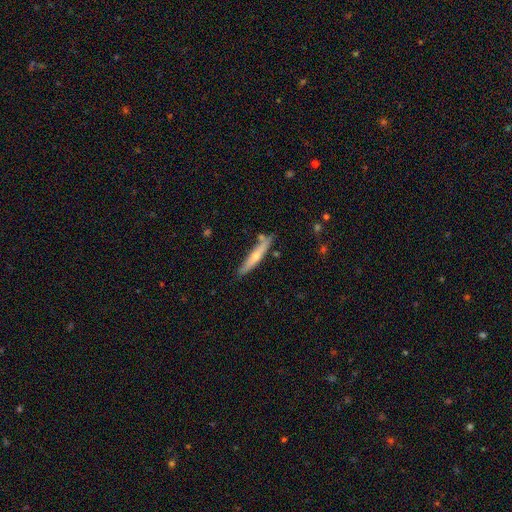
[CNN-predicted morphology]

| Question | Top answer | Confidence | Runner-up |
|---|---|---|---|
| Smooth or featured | smooth | 51% | featured or disk (43%) |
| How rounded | cigar-shaped | 91% | in between (8%) |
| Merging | none | 77% | minor disturbance (14%) |